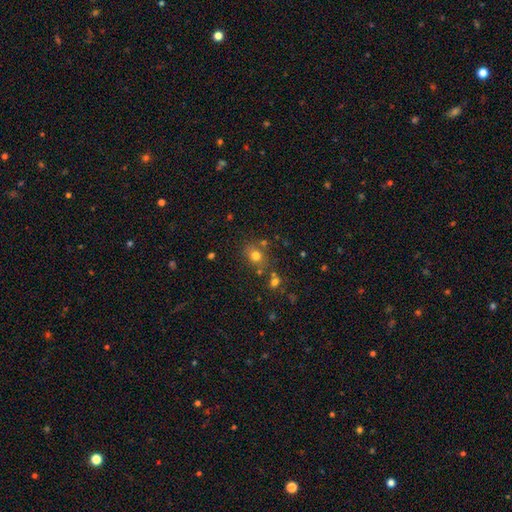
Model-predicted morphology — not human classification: smooth 73%, star or artifact 17%, featured or disk 10%. Down the decision tree: how rounded — round (64%); merging — none (68%).